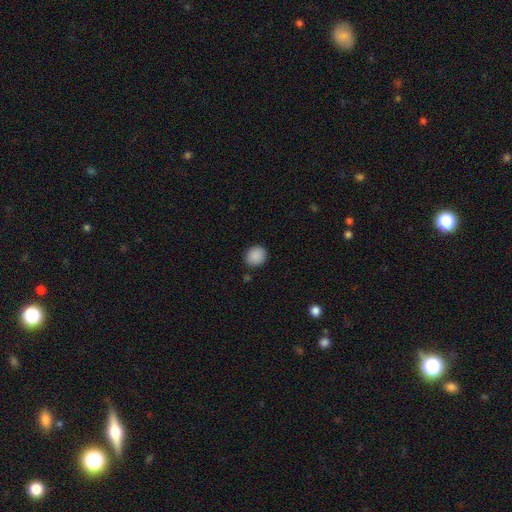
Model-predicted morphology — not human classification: smooth_or_featured: smooth (p=0.89) [alt: star or artifact p=0.08]
how_rounded: round (p=0.74) [alt: in between p=0.25]
merging: none (p=0.88) [alt: minor disturbance p=0.08]